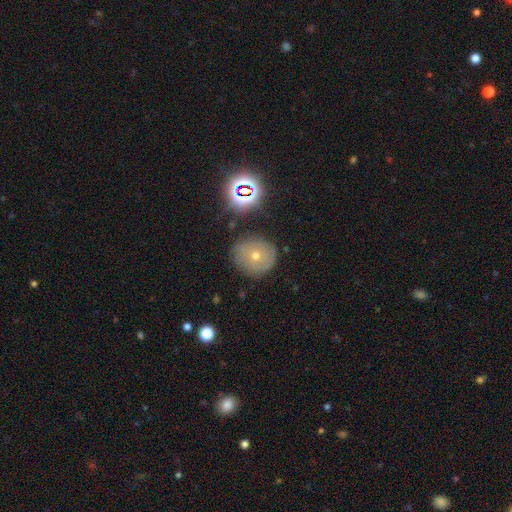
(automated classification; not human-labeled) A smooth galaxy with no disk features (46%).

Vote fractions:
- Smooth or featured? smooth: 46% / featured or disk: 34% / star or artifact: 20%
- Merging? none: 80% / minor disturbance: 14% / major disturbance: 4% / merger: 3%